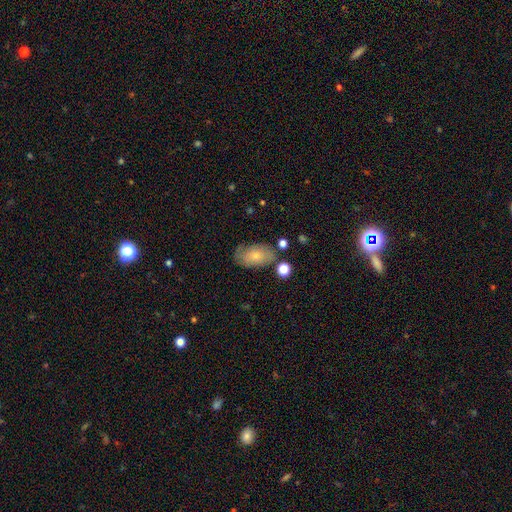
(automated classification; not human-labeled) smooth-or-featured: smooth: 68% | featured or disk: 25% | star or artifact: 8%
  how-rounded: in between: 90% | round: 8% | cigar-shaped: 2%
  merging: none: 65% | minor disturbance: 23% | major disturbance: 7% | merger: 5%